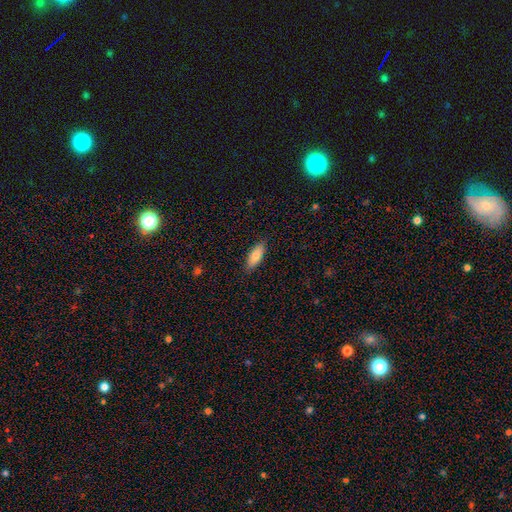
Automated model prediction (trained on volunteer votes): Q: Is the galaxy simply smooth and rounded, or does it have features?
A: smooth — 83%.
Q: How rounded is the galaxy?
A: in between — 75%.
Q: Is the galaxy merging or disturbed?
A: none — 87%.